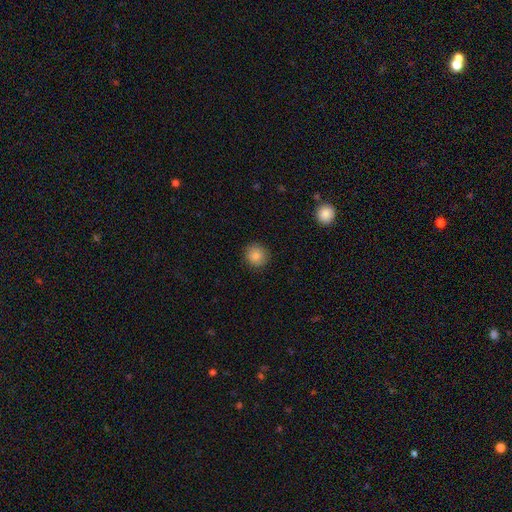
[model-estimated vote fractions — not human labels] This appears to be a smooth galaxy with no disk features (86%) that is round (90%). Merging: none (88%).